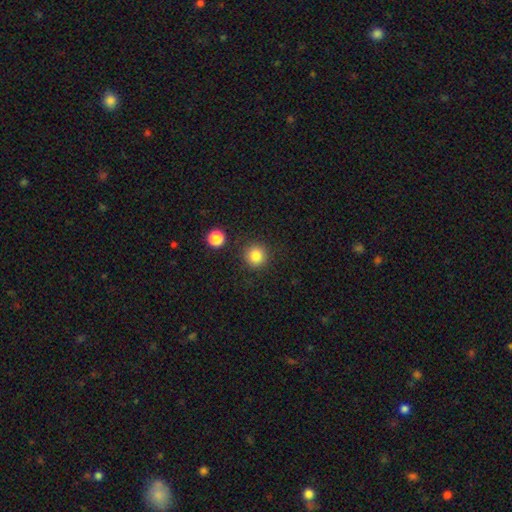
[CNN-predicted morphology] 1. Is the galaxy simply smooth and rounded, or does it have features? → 84% smooth, 11% star or artifact, 5% featured or disk.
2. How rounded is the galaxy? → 94% round, 5% in between, 1% cigar-shaped.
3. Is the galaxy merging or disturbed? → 88% none, 6% minor disturbance, 3% merger, 2% major disturbance.